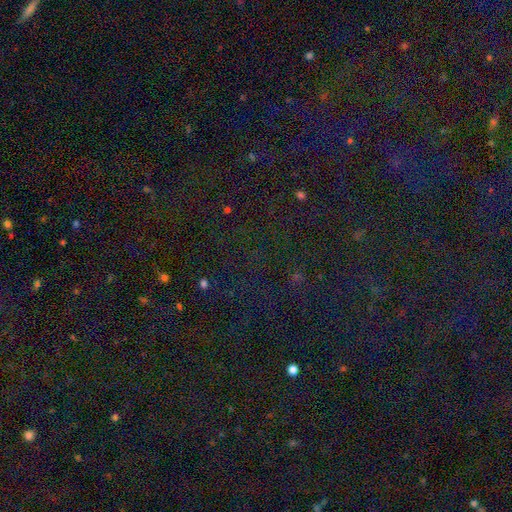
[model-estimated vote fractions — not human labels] Smooth or featured: star or artifact — 79% (smooth — 13%)